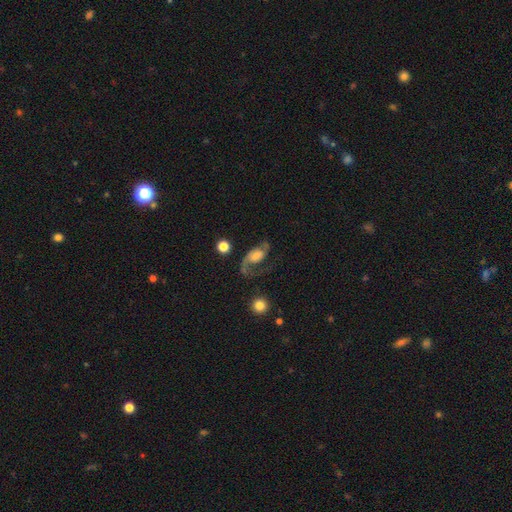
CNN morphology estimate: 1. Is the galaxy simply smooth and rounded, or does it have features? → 76% featured or disk, 17% smooth, 7% star or artifact.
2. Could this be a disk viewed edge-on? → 97% no, 3% yes.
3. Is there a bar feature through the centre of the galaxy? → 57% no, 33% weak, 10% strong.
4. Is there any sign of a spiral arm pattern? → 93% yes, 7% no.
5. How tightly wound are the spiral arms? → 49% loose, 39% medium, 11% tight.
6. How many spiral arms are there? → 73% 2, 21% 1, 3% can't tell, 1% 3, 1% 4, 1% more than 4.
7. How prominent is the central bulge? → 33% moderate, 29% small, 21% large, 13% none, 4% dominant.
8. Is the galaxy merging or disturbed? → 49% none, 28% major disturbance, 19% minor disturbance, 4% merger.